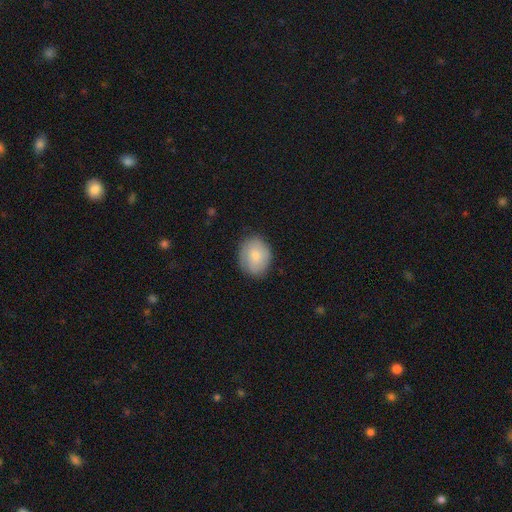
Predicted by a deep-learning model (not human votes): Overall: smooth (78%). How rounded: round (53%; in between 46%). Merging: none (82%).